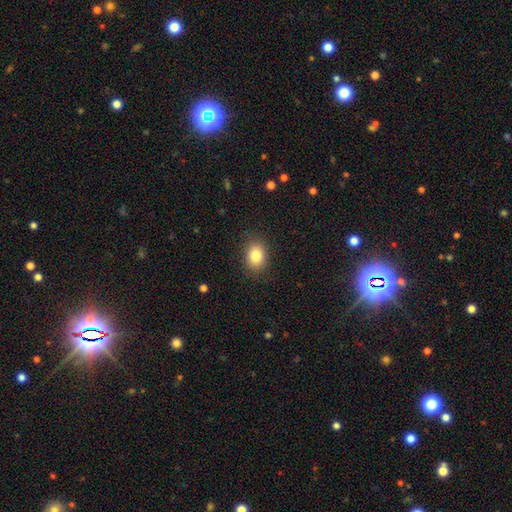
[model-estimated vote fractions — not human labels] smooth-or-featured: smooth: 83% | star or artifact: 9% | featured or disk: 8%
  how-rounded: in between: 65% | round: 34% | cigar-shaped: 1%
  merging: none: 86% | minor disturbance: 10% | major disturbance: 3% | merger: 1%